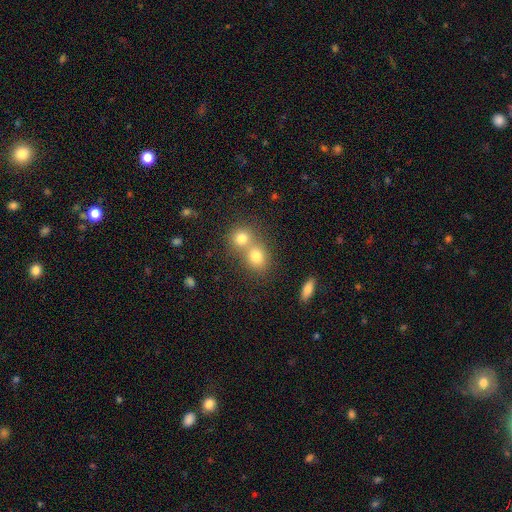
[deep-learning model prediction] smooth_or_featured: smooth (p=0.76) [alt: star or artifact p=0.12]
how_rounded: round (p=0.71) [alt: in between p=0.27]
merging: merger (p=0.56) [alt: none p=0.36]